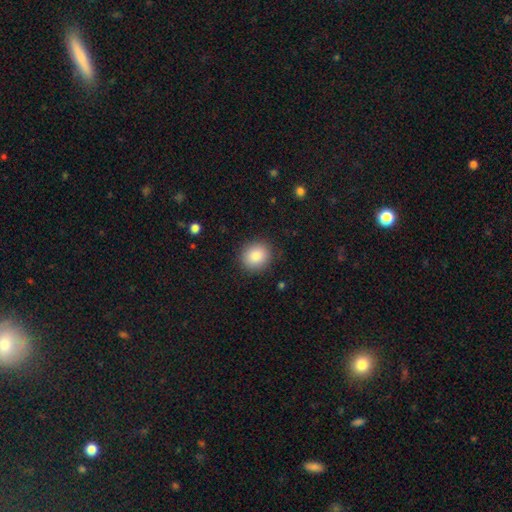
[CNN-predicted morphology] The model was most divided on "how rounded": round: 83%, in between: 16%, cigar-shaped: 1%. More confident: merging — none (89%); smooth or featured — smooth (86%).